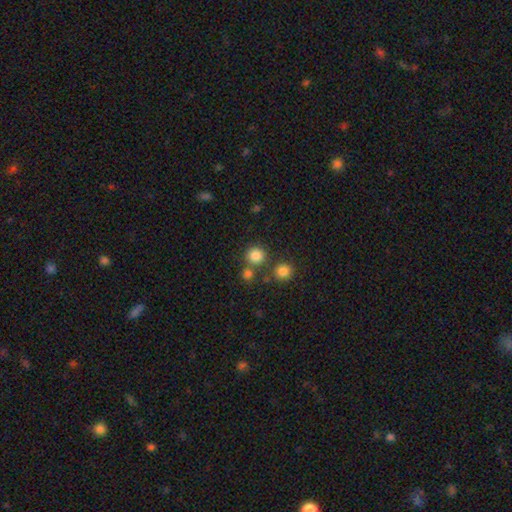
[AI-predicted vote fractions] Smooth or featured? smooth (82%)
How rounded? round (89%)
Merging? none (74%)